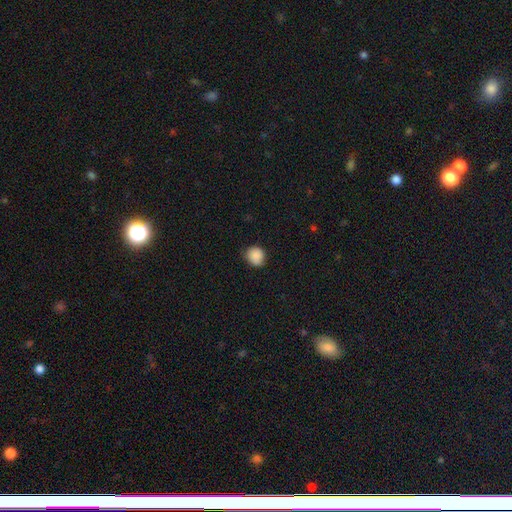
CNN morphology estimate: Q: Smooth or featured?
A: smooth (88%); runner-up: star or artifact (9%)
Q: How rounded?
A: round (84%); runner-up: in between (16%)
Q: Merging?
A: none (75%); runner-up: minor disturbance (20%)